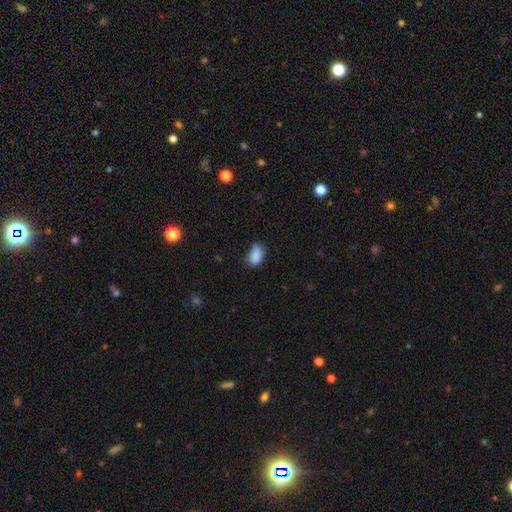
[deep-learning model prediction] Smooth or featured? Predicted: smooth (p=0.86). How rounded? Predicted: in between (p=0.86). Merging? Predicted: none (p=0.52).